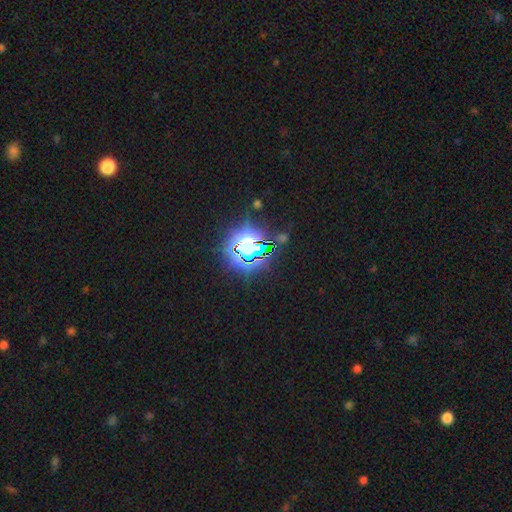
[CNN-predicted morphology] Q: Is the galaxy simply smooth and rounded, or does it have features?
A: star or artifact — 77%.